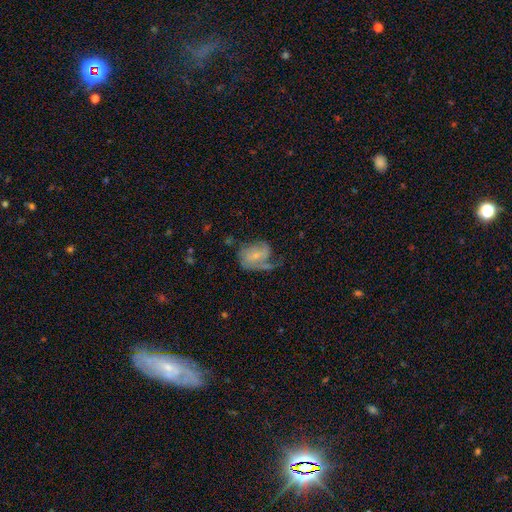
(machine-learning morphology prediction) This appears to be a featured or disk galaxy (62%) with no bar (44%), spiral arms (79%) and a small central bulge (62%). Merging: major disturbance (37%).